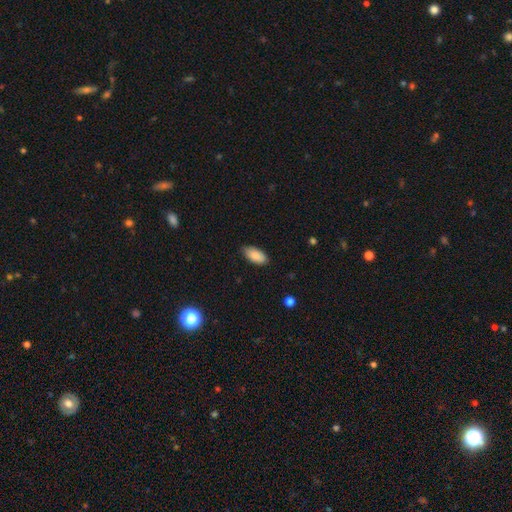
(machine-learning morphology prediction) The model was most divided on "merging": none: 81%, minor disturbance: 16%, major disturbance: 2%, merger: 1%. More confident: how rounded — in between (93%); smooth or featured — smooth (86%).